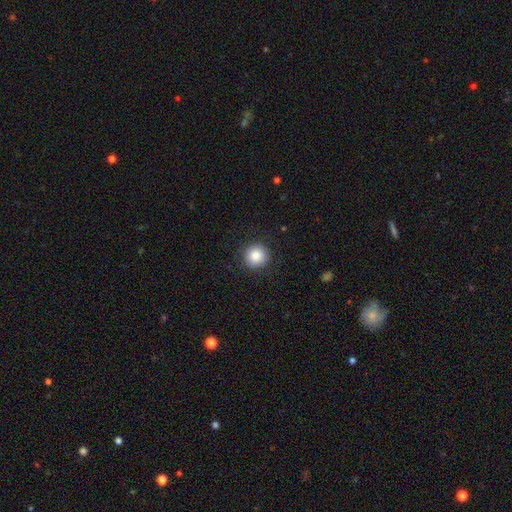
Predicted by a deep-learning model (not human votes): smooth-or-featured: smooth: 85% | star or artifact: 9% | featured or disk: 6%
  how-rounded: round: 92% | in between: 7% | cigar-shaped: 1%
  merging: none: 88% | minor disturbance: 8% | major disturbance: 3% | merger: 1%